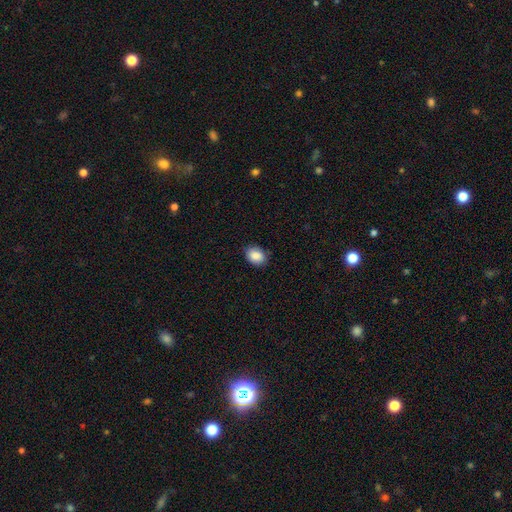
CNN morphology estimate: smooth 88%, star or artifact 8%, featured or disk 5%. Down the decision tree: how rounded — in between (68%); merging — none (86%).